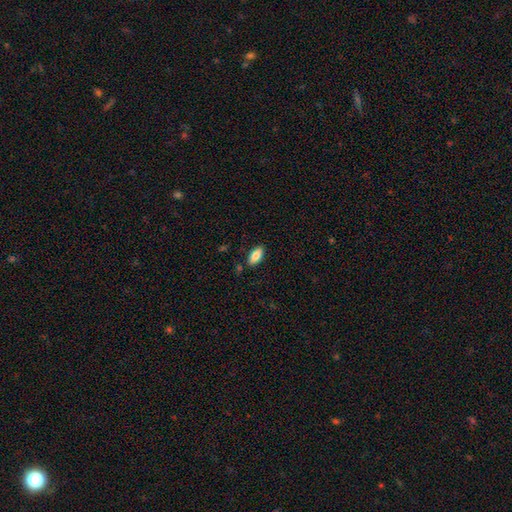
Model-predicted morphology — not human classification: The model was most divided on "smooth or featured": smooth: 83%, featured or disk: 11%, star or artifact: 7%. More confident: how rounded — in between (88%); merging — none (86%).